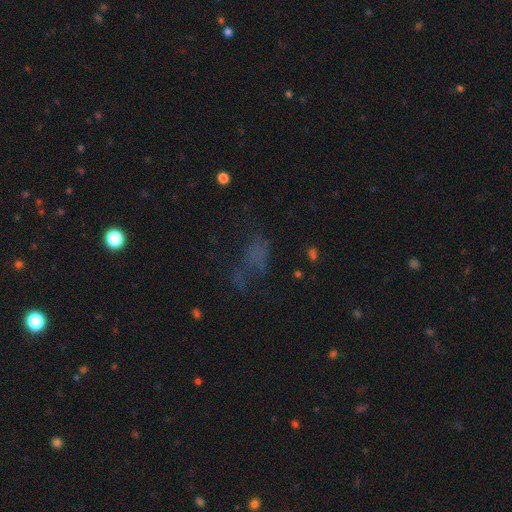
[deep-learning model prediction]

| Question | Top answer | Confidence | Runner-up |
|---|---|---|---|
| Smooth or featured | smooth | 44% | star or artifact (29%) |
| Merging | none | 39% | major disturbance (38%) |